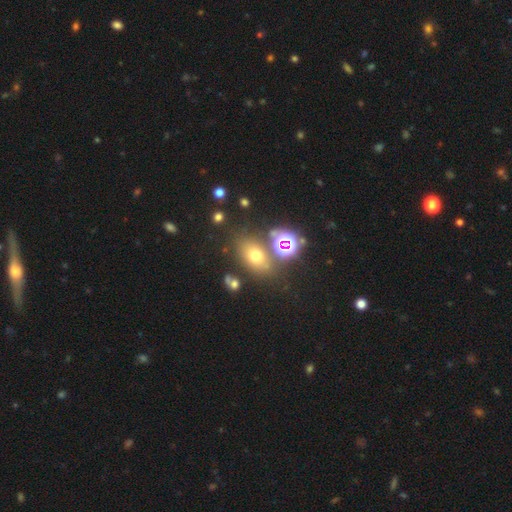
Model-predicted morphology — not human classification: Q: Smooth or featured?
A: smooth (61%); runner-up: star or artifact (24%)
Q: How rounded?
A: in between (71%); runner-up: round (27%)
Q: Merging?
A: none (72%); runner-up: minor disturbance (13%)